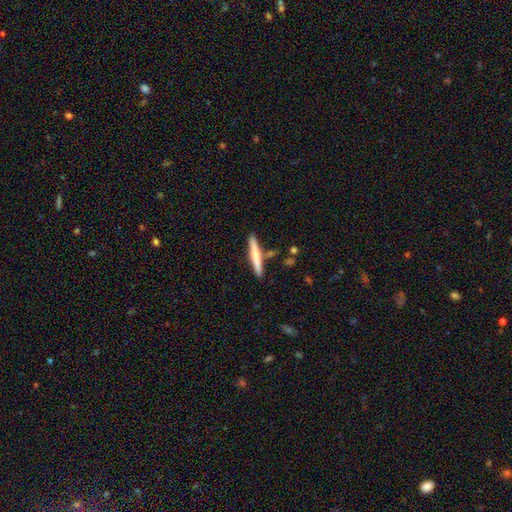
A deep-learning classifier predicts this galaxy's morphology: Overall: smooth (63%; featured or disk 32%). How rounded: cigar-shaped (94%). Merging: none (83%).